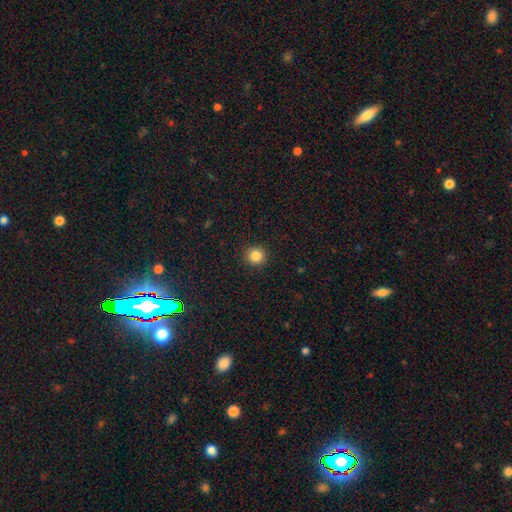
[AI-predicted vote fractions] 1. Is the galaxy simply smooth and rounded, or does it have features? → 85% smooth, 11% star or artifact, 4% featured or disk.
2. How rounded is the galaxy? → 92% round, 7% in between, 1% cigar-shaped.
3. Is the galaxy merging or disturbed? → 92% none, 5% minor disturbance, 2% major disturbance, 1% merger.